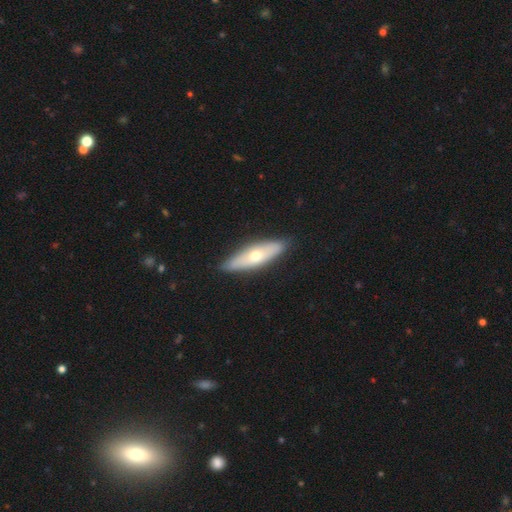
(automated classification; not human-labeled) smooth 51%, featured or disk 44%, star or artifact 5%. Down the decision tree: how rounded — cigar-shaped (58%); merging — none (88%).